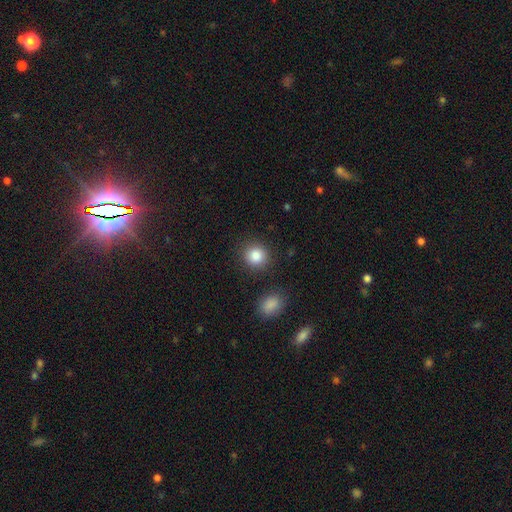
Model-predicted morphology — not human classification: smooth 85%, star or artifact 9%, featured or disk 5%. Down the decision tree: how rounded — round (85%); merging — none (86%).